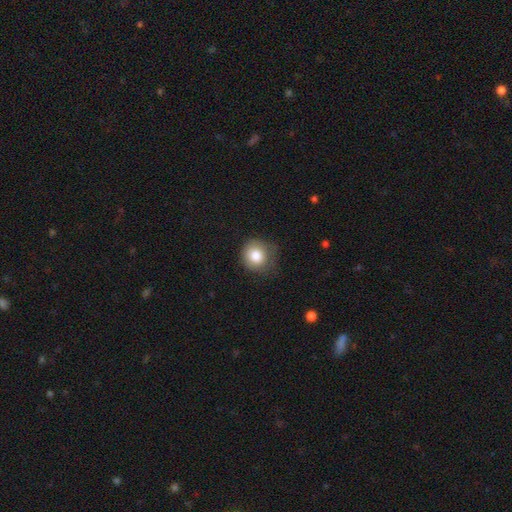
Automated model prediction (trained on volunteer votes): The model was most divided on "merging": none: 62%, minor disturbance: 27%, major disturbance: 10%, merger: 1%. More confident: how rounded — round (85%); smooth or featured — smooth (81%).